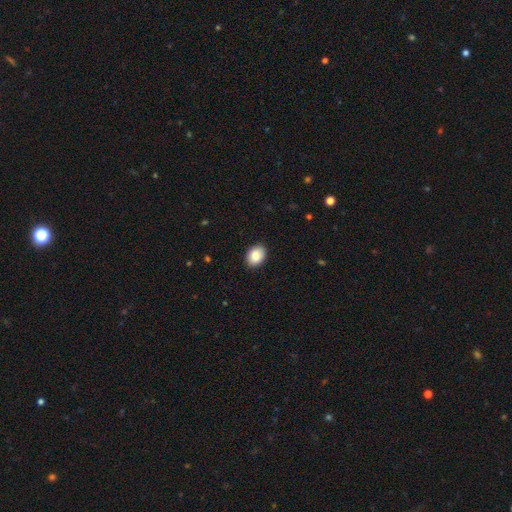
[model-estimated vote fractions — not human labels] smooth_or_featured: smooth (p=0.88) [alt: star or artifact p=0.07]
how_rounded: in between (p=0.73) [alt: round p=0.26]
merging: none (p=0.90) [alt: minor disturbance p=0.07]